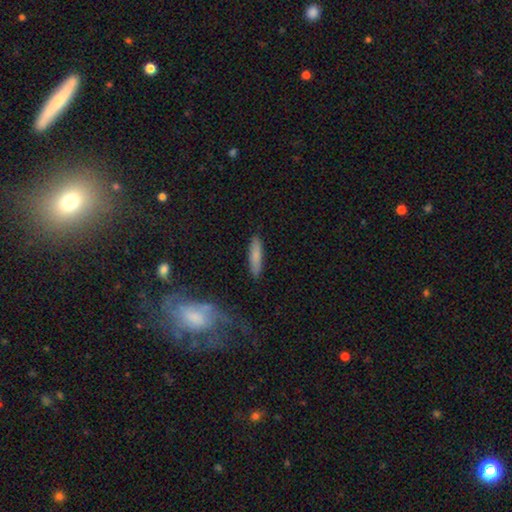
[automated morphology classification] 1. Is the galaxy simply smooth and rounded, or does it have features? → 76% smooth, 18% featured or disk, 7% star or artifact.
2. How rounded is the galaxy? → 76% cigar-shaped, 22% in between, 2% round.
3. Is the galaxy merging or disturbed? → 86% none, 10% minor disturbance, 2% major disturbance, 2% merger.